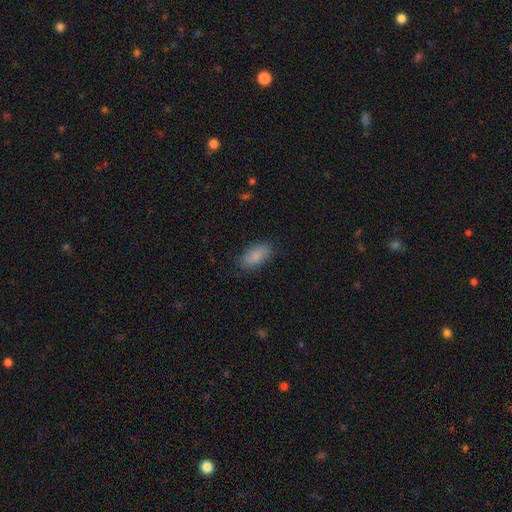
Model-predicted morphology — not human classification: smooth 85%, featured or disk 9%, star or artifact 7%. Down the decision tree: how rounded — in between (92%); merging — none (82%).